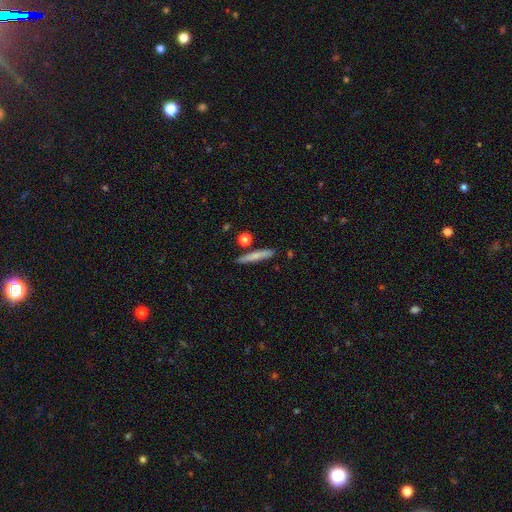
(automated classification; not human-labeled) smooth_or_featured: smooth (p=0.68) [alt: featured or disk p=0.25]
how_rounded: cigar-shaped (p=0.91) [alt: in between p=0.06]
merging: none (p=0.83) [alt: minor disturbance p=0.10]